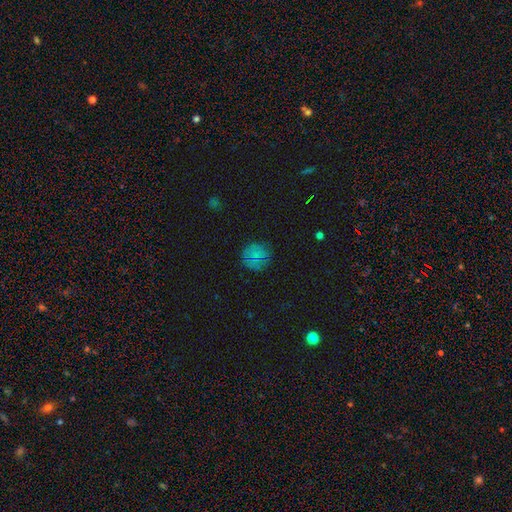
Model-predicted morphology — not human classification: smooth-or-featured: smooth: 75% | star or artifact: 13% | featured or disk: 12%
  how-rounded: round: 89% | in between: 10% | cigar-shaped: 1%
  merging: none: 78% | minor disturbance: 15% | major disturbance: 5% | merger: 1%